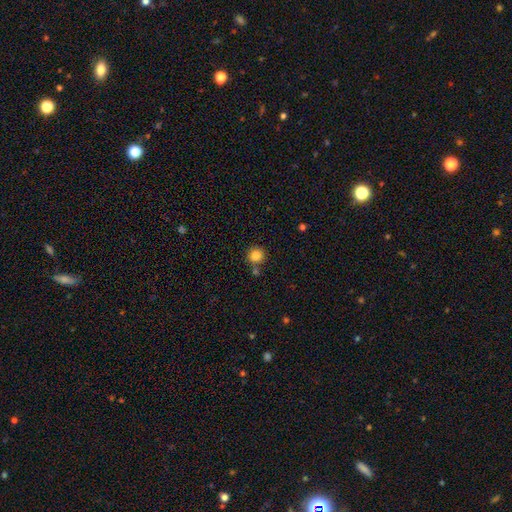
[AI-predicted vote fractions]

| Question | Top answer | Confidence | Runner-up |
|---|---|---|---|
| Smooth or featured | smooth | 84% | star or artifact (11%) |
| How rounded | round | 94% | in between (5%) |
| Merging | none | 75% | merger (14%) |